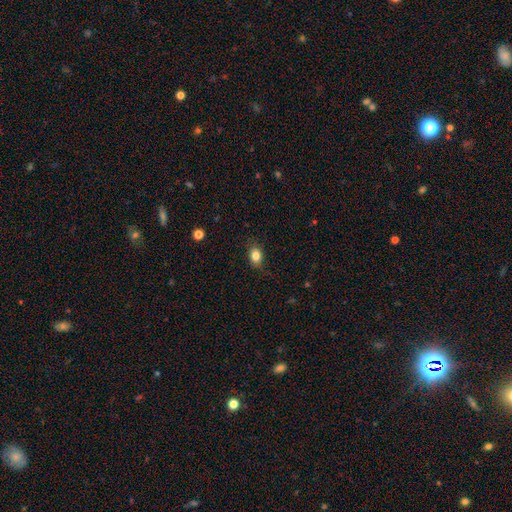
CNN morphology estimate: type=smooth (82%); roundness=in between (70%); merging=none (81%).